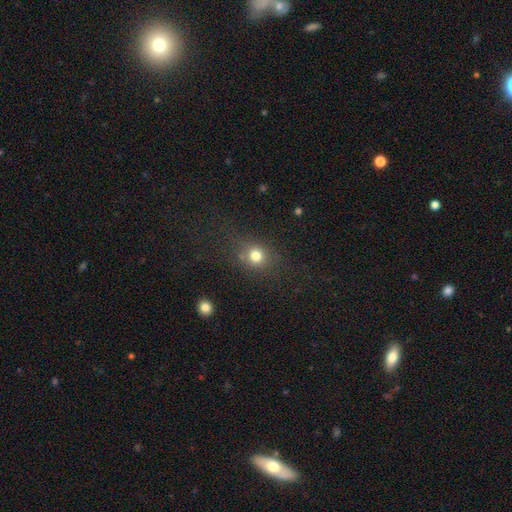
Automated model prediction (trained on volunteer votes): Smooth or featured: smooth — 77% (star or artifact — 15%)
How rounded: round — 78% (in between — 21%)
Merging: none — 72% (minor disturbance — 15%)